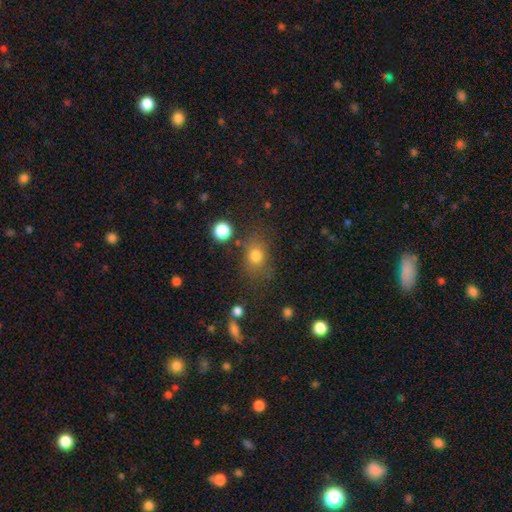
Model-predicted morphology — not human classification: This is likely a smooth galaxy (77%). How rounded: possibly in between (53%). Merging: likely none (66%).